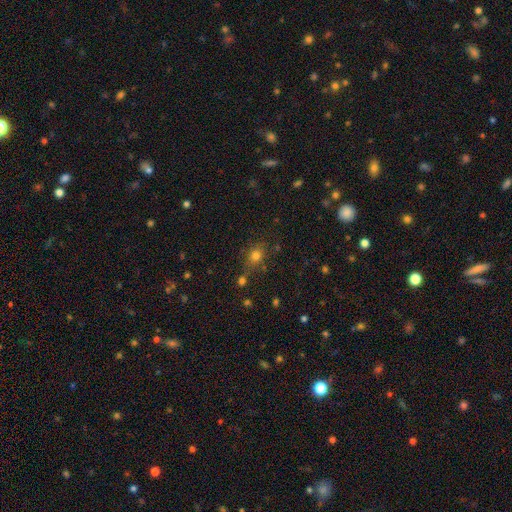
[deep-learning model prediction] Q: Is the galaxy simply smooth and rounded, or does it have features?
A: smooth — 74%.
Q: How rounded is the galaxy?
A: round — 64%.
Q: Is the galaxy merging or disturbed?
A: none — 70%.